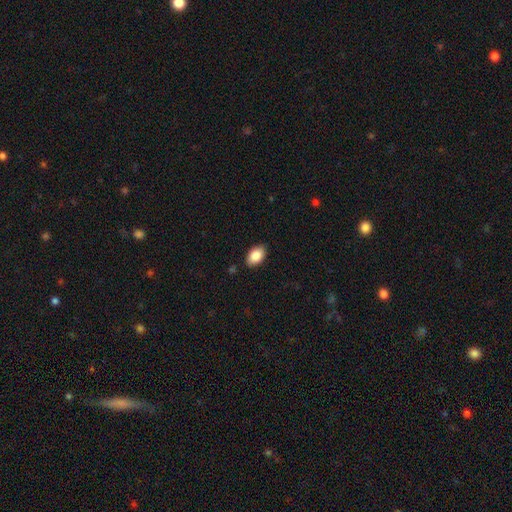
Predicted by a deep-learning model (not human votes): smooth_or_featured: smooth (p=0.86) [alt: featured or disk p=0.08]
how_rounded: in between (p=0.91) [alt: round p=0.08]
merging: none (p=0.86) [alt: minor disturbance p=0.11]